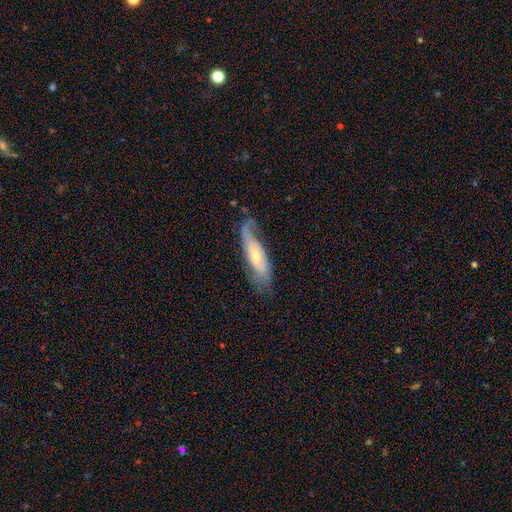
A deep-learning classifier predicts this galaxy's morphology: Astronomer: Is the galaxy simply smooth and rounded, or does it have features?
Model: featured or disk — 70%.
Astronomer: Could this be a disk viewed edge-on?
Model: no — 81%.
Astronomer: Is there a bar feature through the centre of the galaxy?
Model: no — 60%.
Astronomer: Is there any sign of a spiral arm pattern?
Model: yes — 85%.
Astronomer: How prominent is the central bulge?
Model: small — 56% (runner-up: moderate, 38%).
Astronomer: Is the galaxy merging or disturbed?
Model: none — 56%.